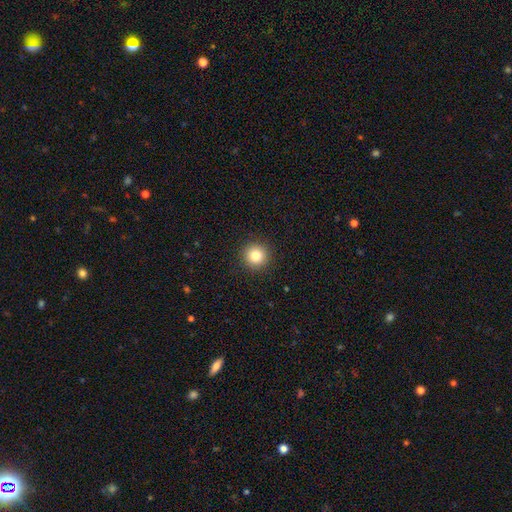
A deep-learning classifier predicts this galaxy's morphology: The model was most divided on "smooth or featured": smooth: 82%, star or artifact: 11%, featured or disk: 6%. More confident: how rounded — round (95%); merging — none (92%).